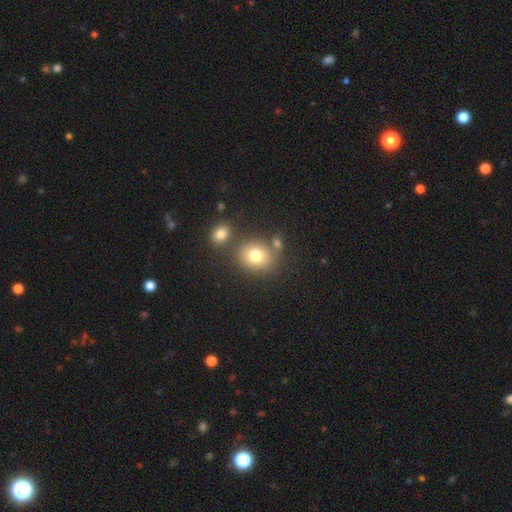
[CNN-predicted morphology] Smooth or featured? Predicted: smooth (p=0.78). How rounded? Predicted: round (p=0.71). Merging? Predicted: none (p=0.67).